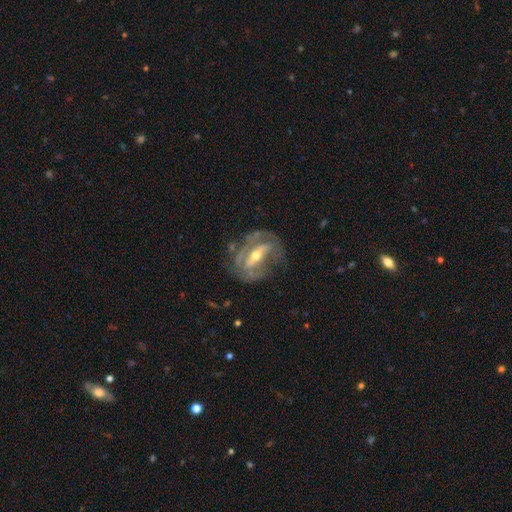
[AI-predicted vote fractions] Overall: featured or disk (81%). Edge-on disk: no (89%). Bar: strong (58%; weak 26%). Spiral arms: yes (66%; no 34%). Bulge size: moderate (62%; small 32%). Merging: none (58%; minor disturbance 21%).